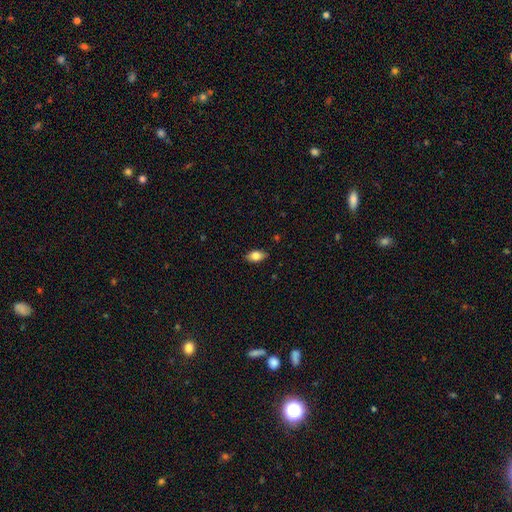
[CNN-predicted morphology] A smooth galaxy with no disk features (80%) that is in between round and cigar-shaped (89%).

Vote fractions:
- Smooth or featured? smooth: 80% / featured or disk: 12% / star or artifact: 8%
- How rounded? in between: 89% / round: 7% / cigar-shaped: 4%
- Merging? none: 86% / minor disturbance: 11% / major disturbance: 2% / merger: 1%